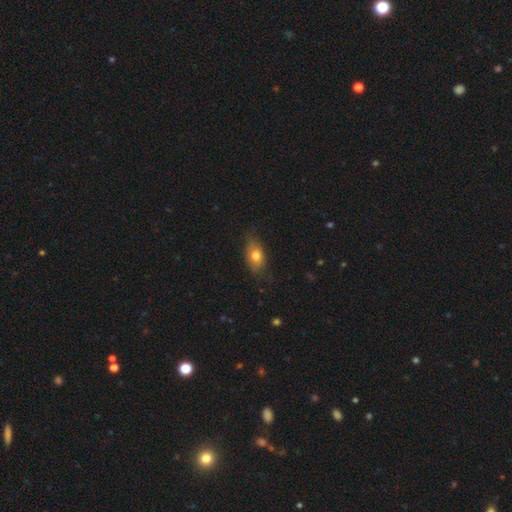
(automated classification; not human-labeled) A smooth galaxy with no disk features (75%) that is in between round and cigar-shaped (84%).

Vote fractions:
- Smooth or featured? smooth: 75% / featured or disk: 16% / star or artifact: 8%
- How rounded? in between: 84% / round: 10% / cigar-shaped: 6%
- Merging? none: 73% / minor disturbance: 21% / major disturbance: 4% / merger: 1%